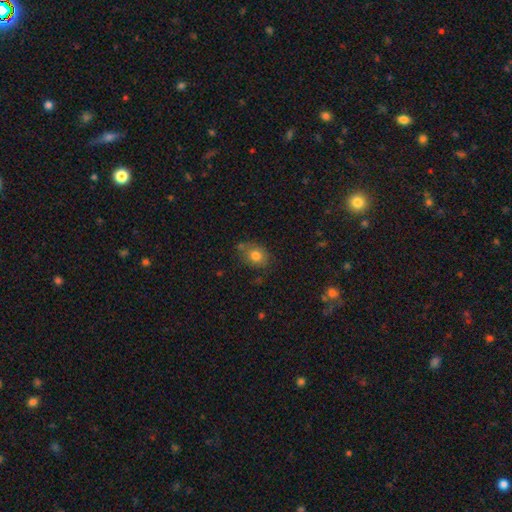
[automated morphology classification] Smooth or featured?
  - smooth: 78% *
  - featured or disk: 12%
  - star or artifact: 10%
How rounded?
  - in between: 51% *
  - round: 48%
  - cigar-shaped: 1%
Merging?
  - none: 66% *
  - minor disturbance: 21%
  - merger: 8%
  - major disturbance: 5%